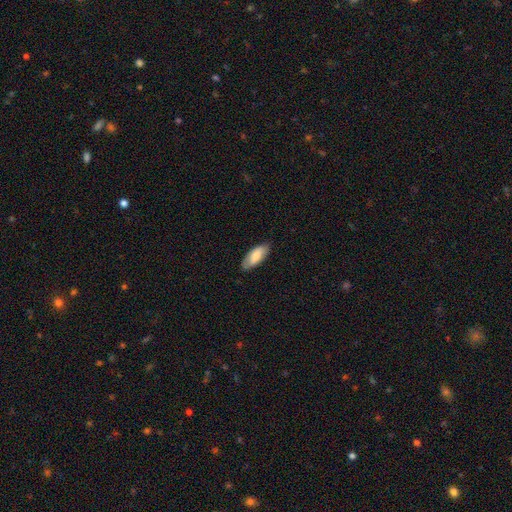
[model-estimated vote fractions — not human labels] Smooth or featured? smooth (79%)
How rounded? in between (81%)
Merging? none (83%)